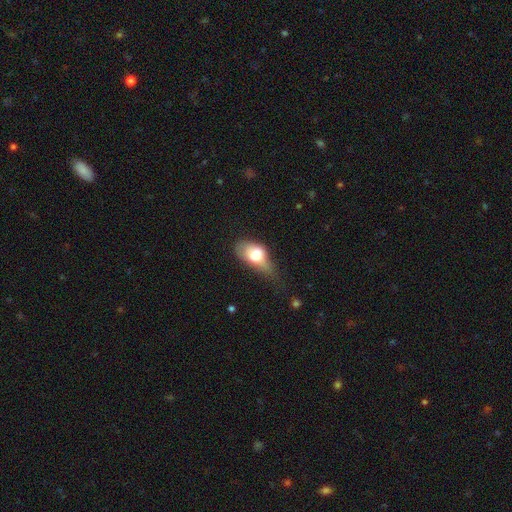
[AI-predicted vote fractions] smooth-or-featured: smooth: 71% | featured or disk: 21% | star or artifact: 8%
  how-rounded: in between: 85% | round: 12% | cigar-shaped: 4%
  merging: minor disturbance: 41% | major disturbance: 32% | none: 23% | merger: 4%